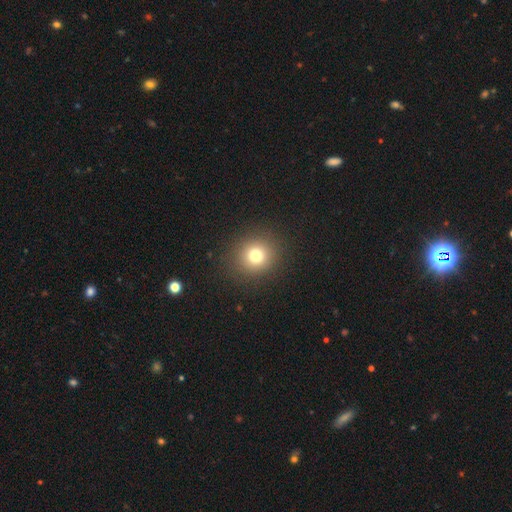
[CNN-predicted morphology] This is likely a smooth galaxy (77%). How rounded: clearly round (86%). Merging: clearly none (90%).